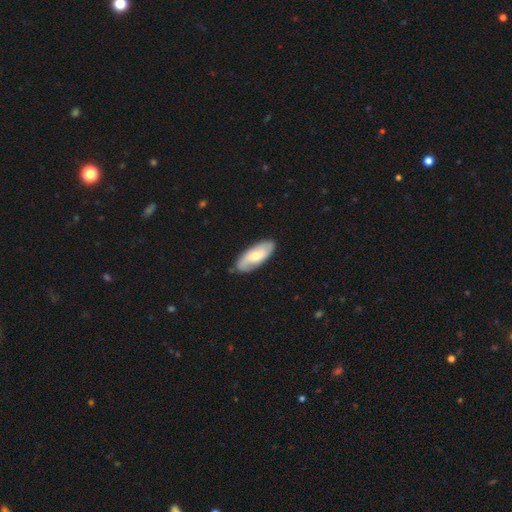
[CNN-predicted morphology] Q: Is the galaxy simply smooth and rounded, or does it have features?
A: smooth — 55%.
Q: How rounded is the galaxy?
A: in between — 83%.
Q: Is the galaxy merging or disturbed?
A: none — 84%.